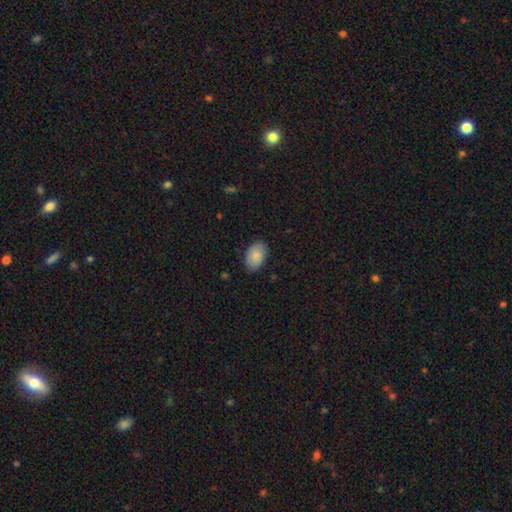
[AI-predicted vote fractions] The model was most divided on "merging": none: 83%, minor disturbance: 14%, major disturbance: 3%, merger: 1%. More confident: how rounded — in between (90%); smooth or featured — smooth (84%).